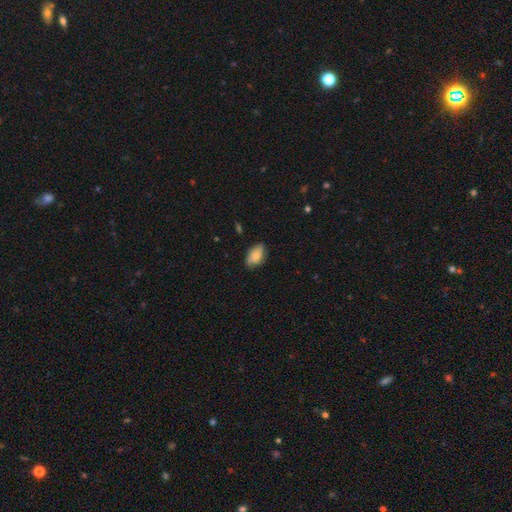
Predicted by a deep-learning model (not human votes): Overall: smooth (73%). How rounded: in between (91%). Merging: none (71%).